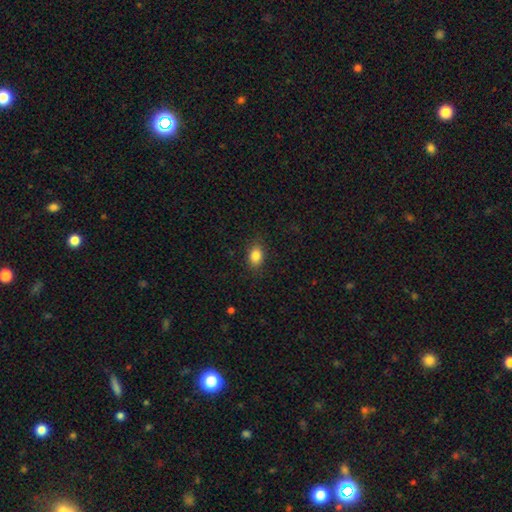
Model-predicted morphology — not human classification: smooth-or-featured: smooth: 85% | star or artifact: 9% | featured or disk: 6%
  how-rounded: in between: 74% | round: 25% | cigar-shaped: 1%
  merging: none: 86% | minor disturbance: 11% | major disturbance: 3% | merger: 1%